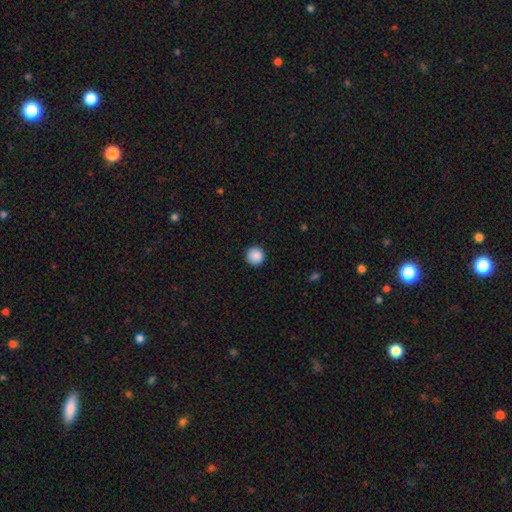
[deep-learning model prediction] This appears to be a smooth galaxy with no disk features (88%) that is round (95%). Merging: none (92%).